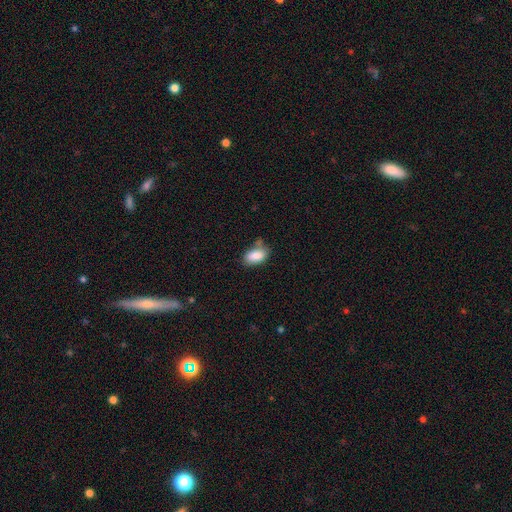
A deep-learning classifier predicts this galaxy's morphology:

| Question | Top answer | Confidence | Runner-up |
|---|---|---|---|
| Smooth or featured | smooth | 86% | star or artifact (7%) |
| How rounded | in between | 92% | round (6%) |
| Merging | none | 63% | minor disturbance (22%) |